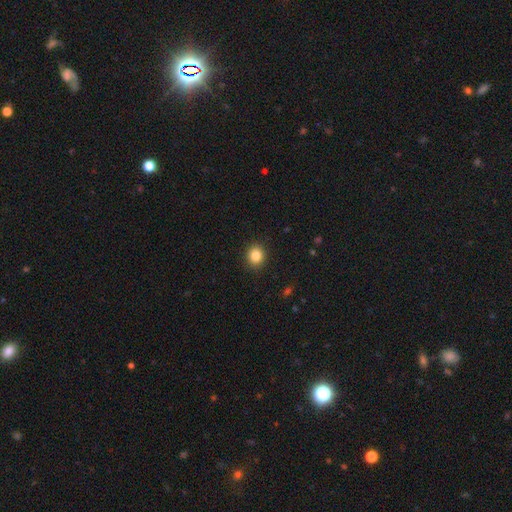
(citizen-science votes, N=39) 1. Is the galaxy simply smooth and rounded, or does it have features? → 85% smooth, 8% featured or disk, 8% star or artifact.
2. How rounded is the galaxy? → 88% round, 12% in between, 0% cigar-shaped.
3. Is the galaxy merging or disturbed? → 92% none, 6% minor disturbance, 3% merger, 0% major disturbance.